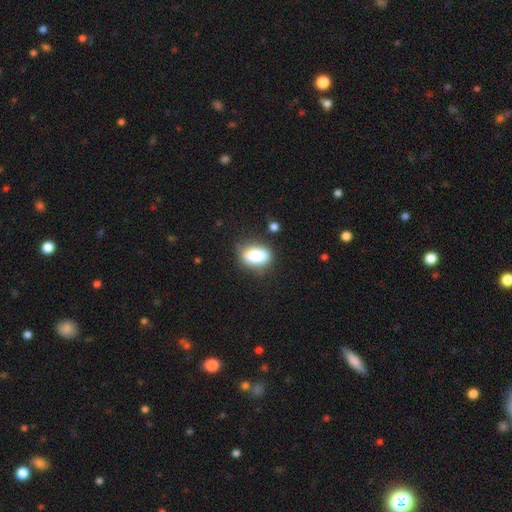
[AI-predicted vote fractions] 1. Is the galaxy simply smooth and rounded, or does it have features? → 82% smooth, 10% featured or disk, 8% star or artifact.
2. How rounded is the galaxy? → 84% in between, 13% round, 3% cigar-shaped.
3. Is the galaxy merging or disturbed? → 66% none, 22% minor disturbance, 7% merger, 6% major disturbance.